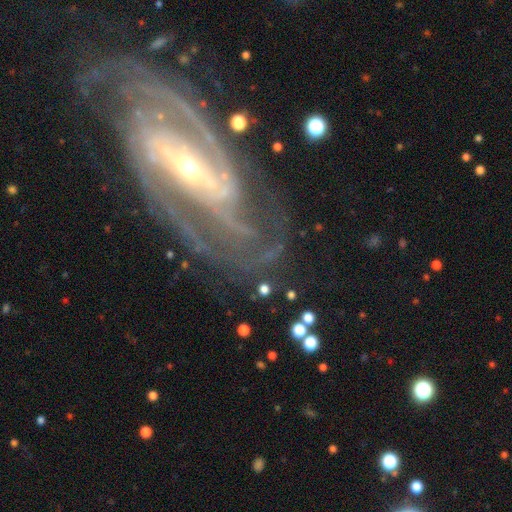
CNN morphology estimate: featured or disk 92%, star or artifact 5%, smooth 3%. Down the decision tree: edge-on disk — no (95%); bar — strong (55%); spiral arms — yes (98%); spiral arm count — 2 (48%); spiral winding — tight (53%); bulge size — small (72%); merging — none (76%).